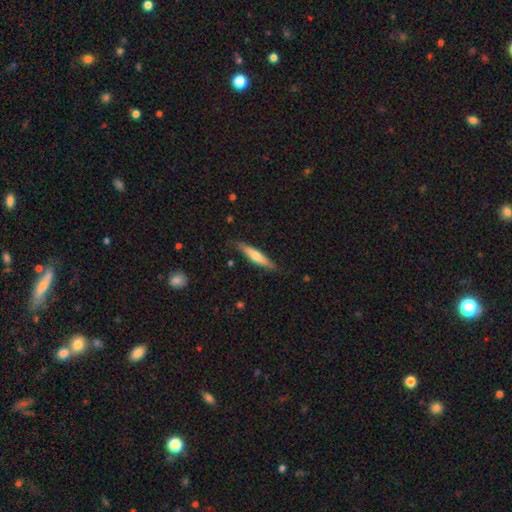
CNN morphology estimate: The model was most divided on "smooth or featured": smooth: 55%, featured or disk: 39%, star or artifact: 6%. More confident: how rounded — cigar-shaped (88%); merging — none (83%).